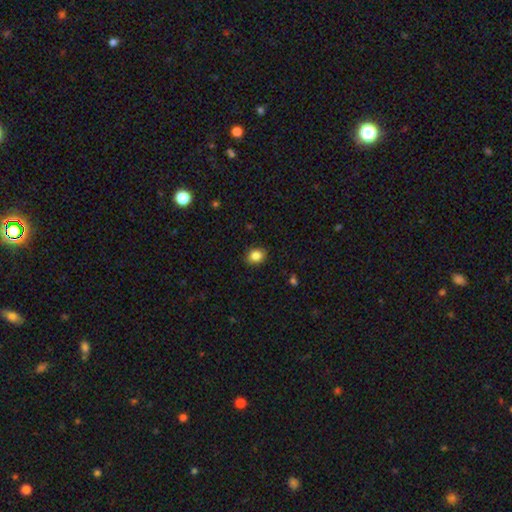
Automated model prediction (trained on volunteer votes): Morphology: type=smooth (85%); roundness=round (55%); merging=none (88%).